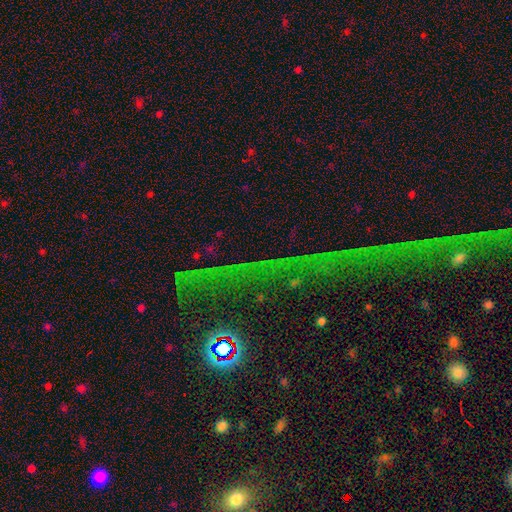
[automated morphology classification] smooth-or-featured: star or artifact: 77% | featured or disk: 12% | smooth: 11%